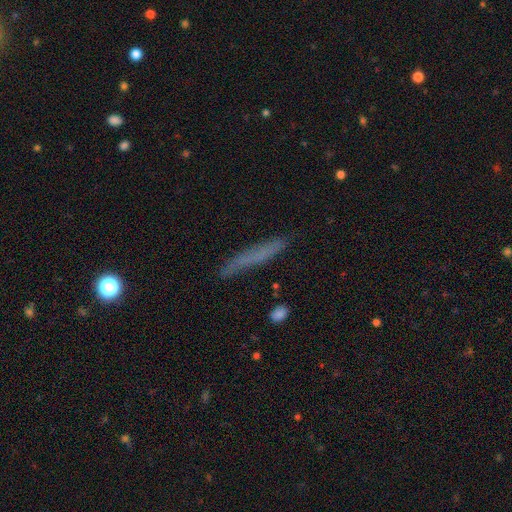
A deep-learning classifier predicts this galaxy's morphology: Smooth or featured: smooth — 56% (featured or disk — 33%)
How rounded: cigar-shaped — 93% (in between — 4%)
Merging: none — 83% (minor disturbance — 12%)